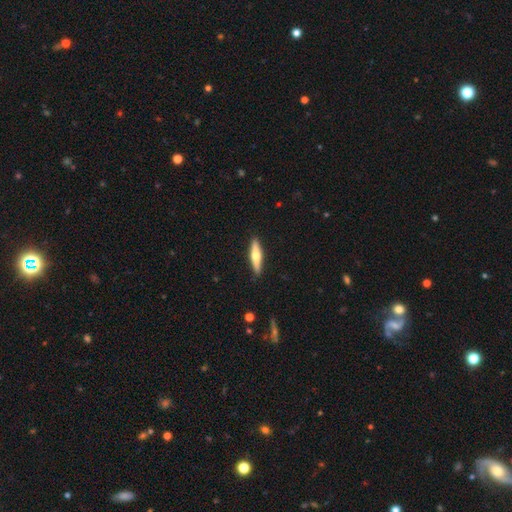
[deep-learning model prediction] This is possibly a featured or disk galaxy (50%). Merging: clearly none (90%).